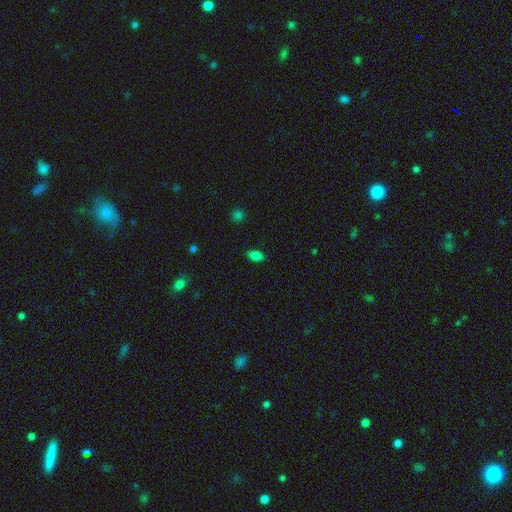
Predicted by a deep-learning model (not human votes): smooth-or-featured: smooth: 81% | star or artifact: 13% | featured or disk: 6%
  how-rounded: in between: 89% | round: 7% | cigar-shaped: 4%
  merging: none: 84% | minor disturbance: 12% | major disturbance: 2% | merger: 1%